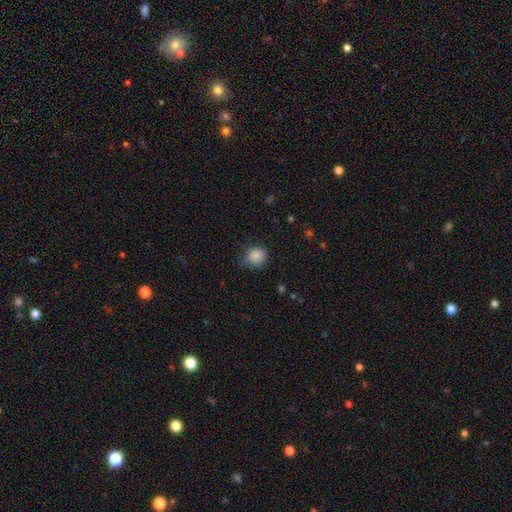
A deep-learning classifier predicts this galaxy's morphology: Smooth or featured?
  - smooth: 86% *
  - star or artifact: 10%
  - featured or disk: 4%
How rounded?
  - round: 79% *
  - in between: 20%
  - cigar-shaped: 1%
Merging?
  - none: 63% *
  - minor disturbance: 28%
  - major disturbance: 7%
  - merger: 1%